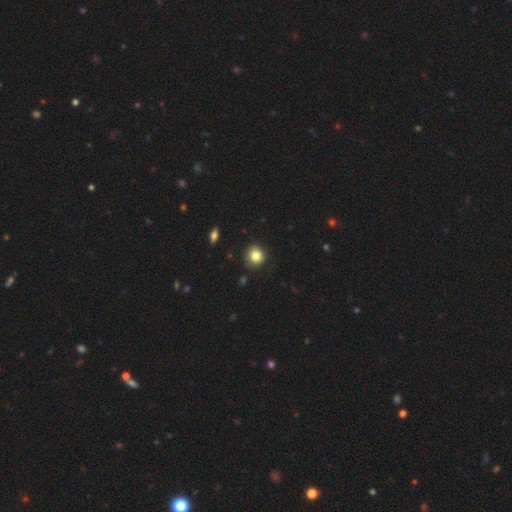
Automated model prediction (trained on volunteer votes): Smooth or featured? Predicted: smooth (p=0.83). How rounded? Predicted: round (p=0.89). Merging? Predicted: none (p=0.87).